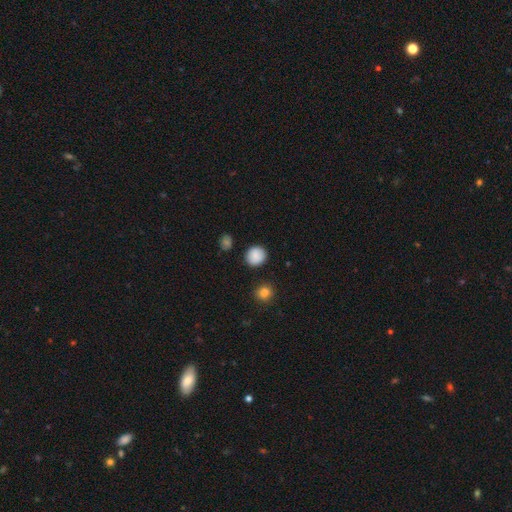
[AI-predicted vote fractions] This appears to be a smooth galaxy with no disk features (87%) that is round (87%). Merging: none (88%).